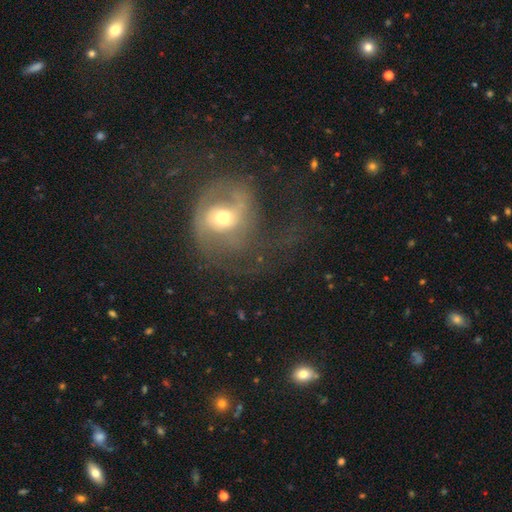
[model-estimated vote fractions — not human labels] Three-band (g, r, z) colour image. It shows a featured or disk galaxy (76%) with a weak bar (44%), 2 (72%) medium (46%) spiral arms (87%) and a moderate central bulge (62%). Merging: none (57%).